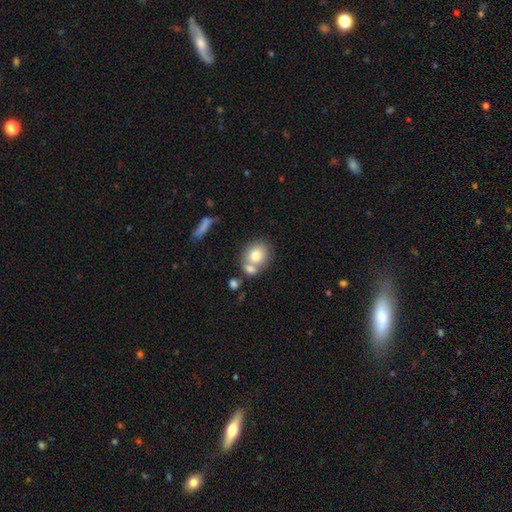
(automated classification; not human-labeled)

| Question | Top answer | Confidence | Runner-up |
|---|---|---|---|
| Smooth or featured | smooth | 74% | featured or disk (16%) |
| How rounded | round | 70% | in between (29%) |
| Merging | none | 45% | merger (41%) |